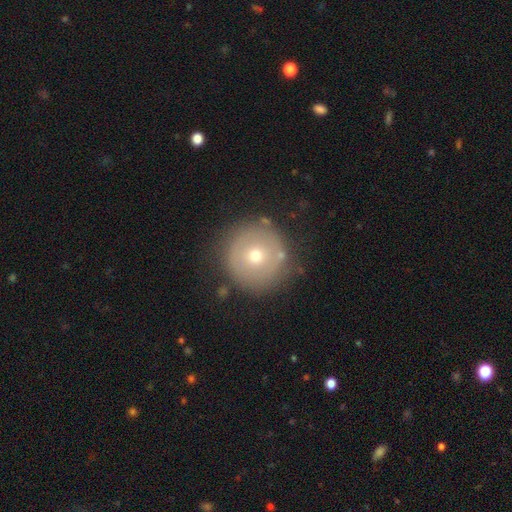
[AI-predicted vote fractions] This appears to be a smooth galaxy with no disk features (57%) that is round (95%). Merging: none (80%).